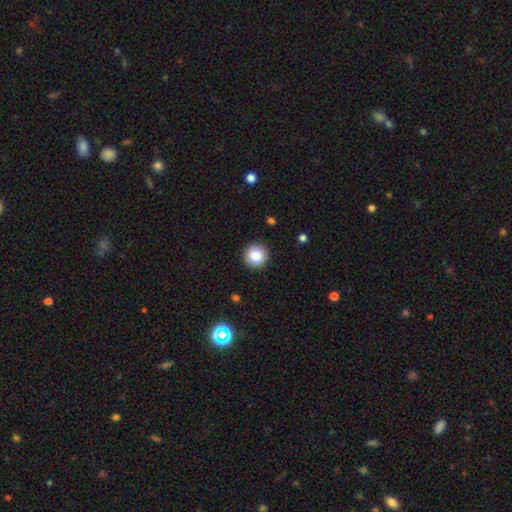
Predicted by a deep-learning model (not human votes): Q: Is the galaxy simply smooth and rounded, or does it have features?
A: smooth — 84%.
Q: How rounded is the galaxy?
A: round — 96%.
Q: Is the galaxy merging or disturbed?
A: none — 92%.